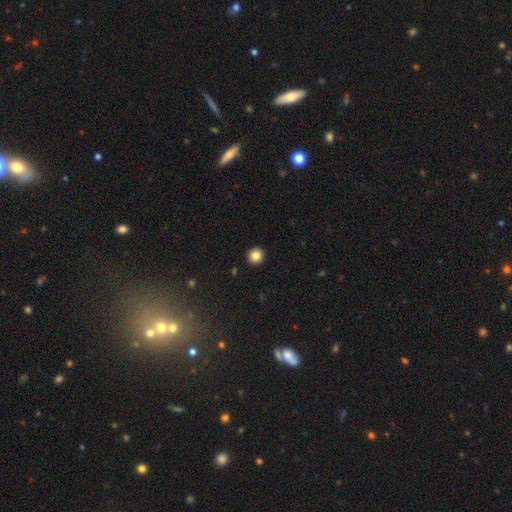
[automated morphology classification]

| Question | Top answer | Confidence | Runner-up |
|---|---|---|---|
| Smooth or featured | smooth | 85% | star or artifact (10%) |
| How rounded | round | 94% | in between (5%) |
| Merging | none | 93% | minor disturbance (4%) |